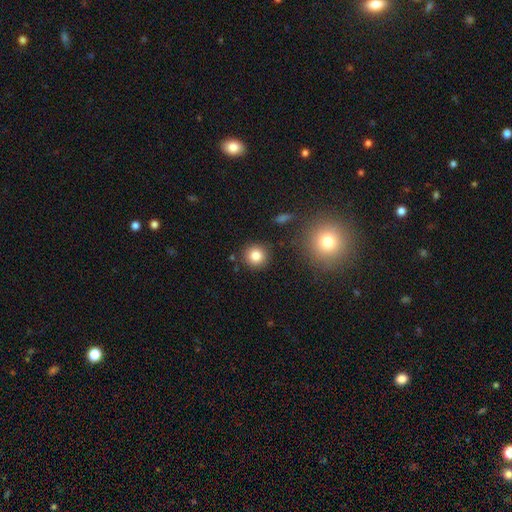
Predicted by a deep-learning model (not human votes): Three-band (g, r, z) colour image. It shows a smooth galaxy with no disk features (82%) that is round (93%). Merging: none (88%).